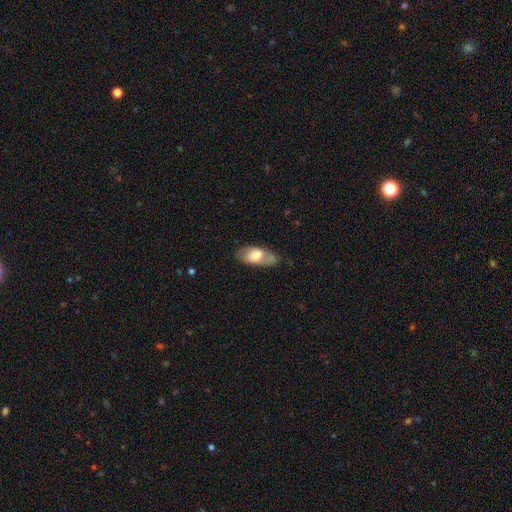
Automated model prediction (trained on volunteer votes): Q: Smooth or featured?
A: smooth (59%); runner-up: featured or disk (35%)
Q: How rounded?
A: in between (86%); runner-up: cigar-shaped (10%)
Q: Merging?
A: none (61%); runner-up: minor disturbance (26%)